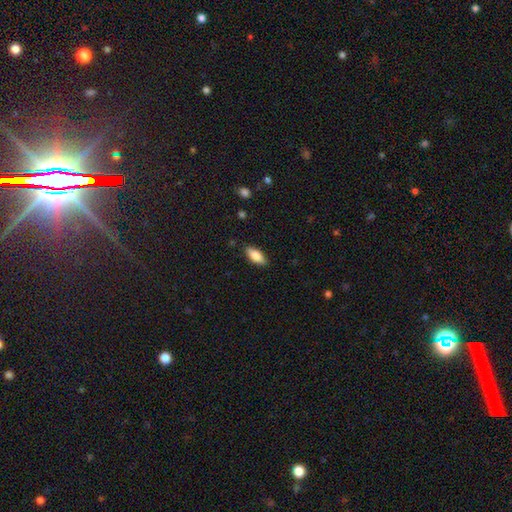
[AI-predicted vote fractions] smooth-or-featured: smooth: 82% | featured or disk: 12% | star or artifact: 6%
  how-rounded: in between: 80% | cigar-shaped: 18% | round: 2%
  merging: none: 86% | minor disturbance: 10% | major disturbance: 2% | merger: 1%